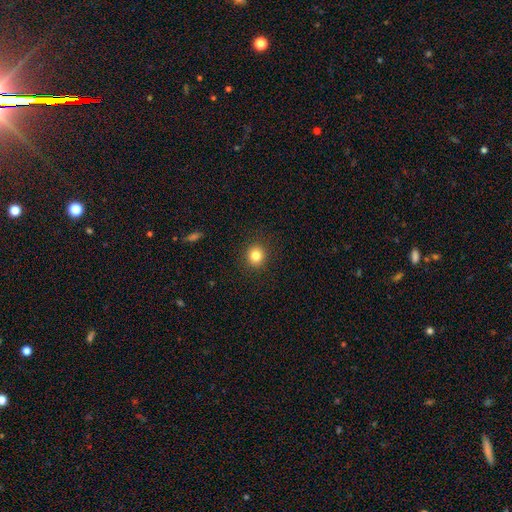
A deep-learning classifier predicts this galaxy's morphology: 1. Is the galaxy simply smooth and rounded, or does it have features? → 83% smooth, 11% star or artifact, 6% featured or disk.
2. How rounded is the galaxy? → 91% round, 8% in between, 1% cigar-shaped.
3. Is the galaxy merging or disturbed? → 92% none, 5% minor disturbance, 2% major disturbance, 1% merger.